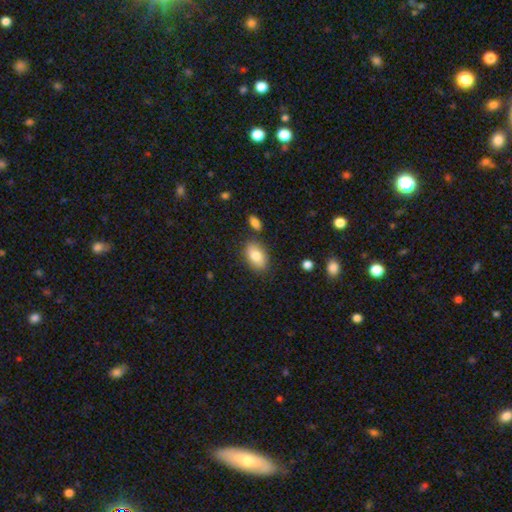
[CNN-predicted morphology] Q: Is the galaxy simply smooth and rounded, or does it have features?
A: smooth — 81%.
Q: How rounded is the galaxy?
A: in between — 89%.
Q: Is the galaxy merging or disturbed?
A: none — 78%.